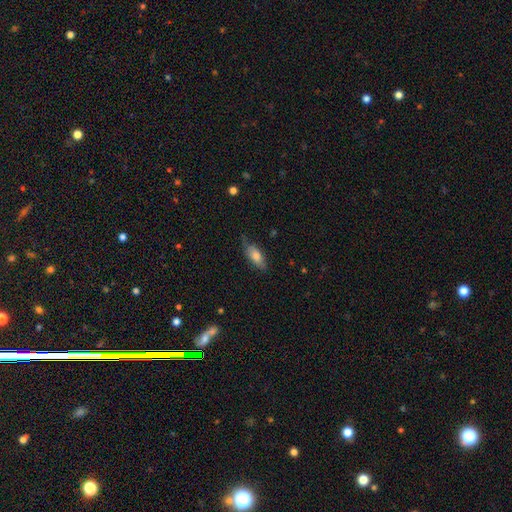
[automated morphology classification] Overall: smooth (72%). How rounded: in between (79%). Merging: none (64%; minor disturbance 27%).